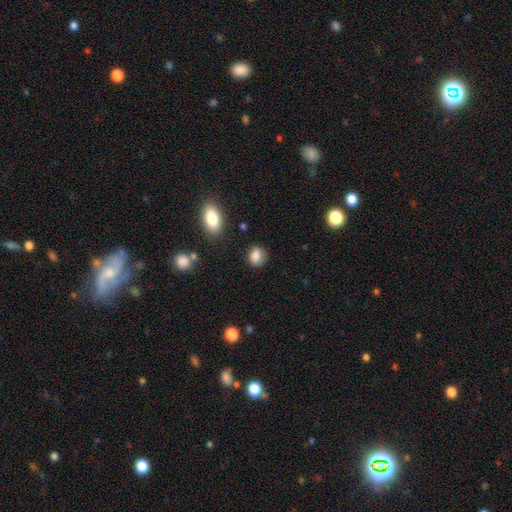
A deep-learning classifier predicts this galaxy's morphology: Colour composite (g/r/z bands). It shows a smooth galaxy with no disk features (84%) that is round (51%). Merging: none (74%).